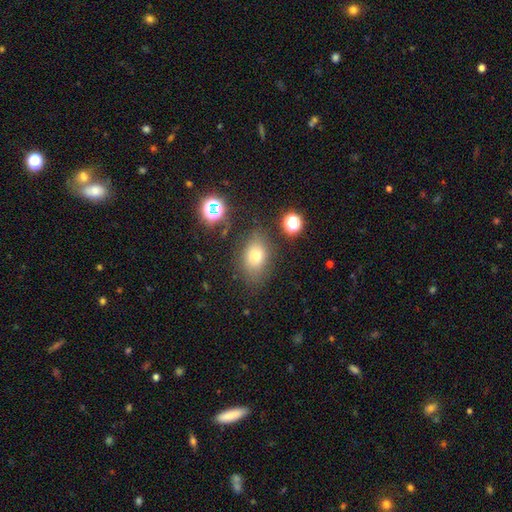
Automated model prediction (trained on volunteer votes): Overall: smooth (71%). How rounded: in between (77%). Merging: none (78%).